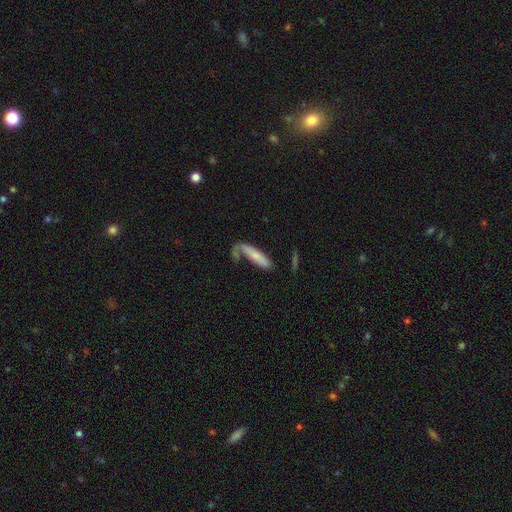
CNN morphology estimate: The model was most divided on "merging": none: 45%, minor disturbance: 20%, major disturbance: 20%, merger: 15%. More confident: how rounded — cigar-shaped (73%); smooth or featured — smooth (66%).